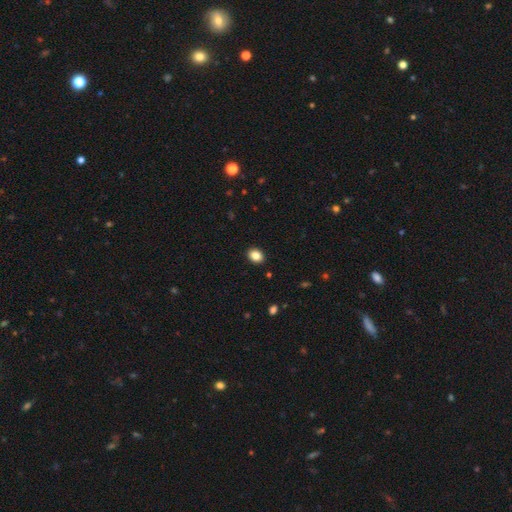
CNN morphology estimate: type=smooth (86%); roundness=in between (62%); merging=none (91%).